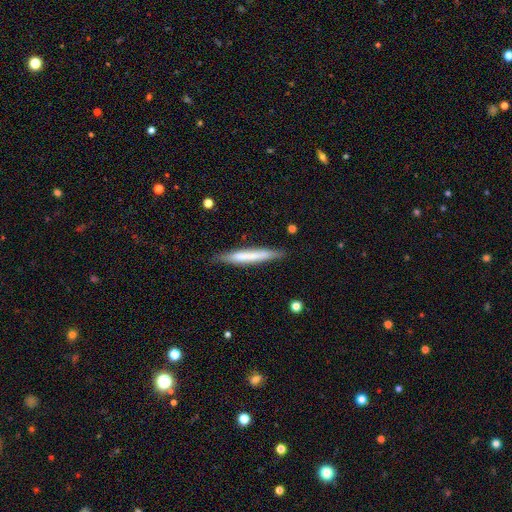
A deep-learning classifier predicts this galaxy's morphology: smooth_or_featured: smooth (p=0.63) [alt: featured or disk p=0.31]
how_rounded: cigar-shaped (p=0.95) [alt: in between p=0.04]
merging: none (p=0.84) [alt: minor disturbance p=0.12]